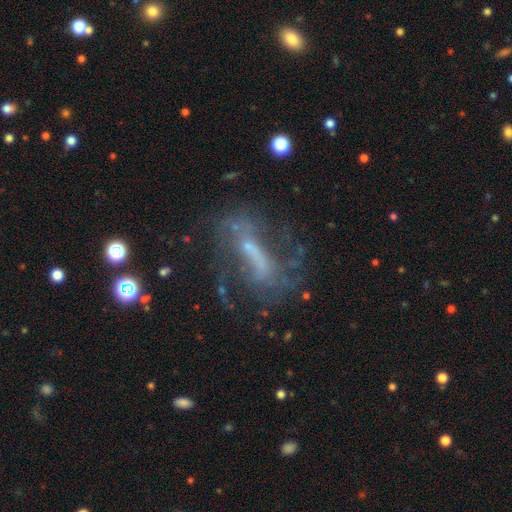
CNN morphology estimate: Smooth or featured?
  - featured or disk: 68% *
  - smooth: 19%
  - star or artifact: 13%
Edge-on disk?
  - no: 83% *
  - yes: 17%
Bar?
  - strong: 42% *
  - weak: 32%
  - no: 25%
Spiral arms?
  - yes: 64% *
  - no: 36%
Bulge size?
  - small: 42% *
  - none: 29%
  - moderate: 23%
  - large: 4%
  - dominant: 1%
Merging?
  - none: 55% *
  - major disturbance: 22%
  - minor disturbance: 19%
  - merger: 4%